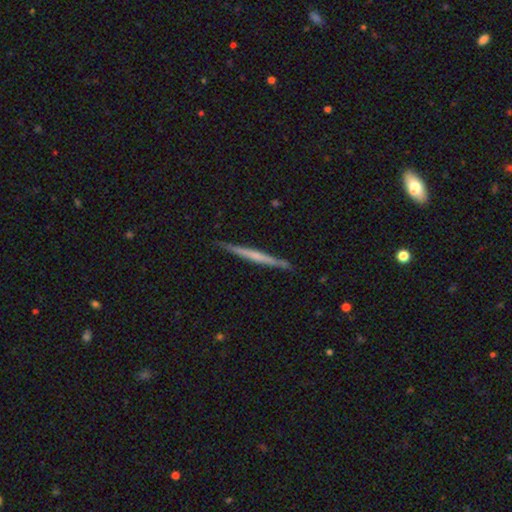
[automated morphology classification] smooth_or_featured: featured or disk (p=0.60) [alt: smooth p=0.35]
disk_edge_on: yes (p=0.98) [alt: no p=0.02]
edge_on_bulge: none (p=0.66) [alt: rounded p=0.24]
merging: none (p=0.89) [alt: minor disturbance p=0.08]